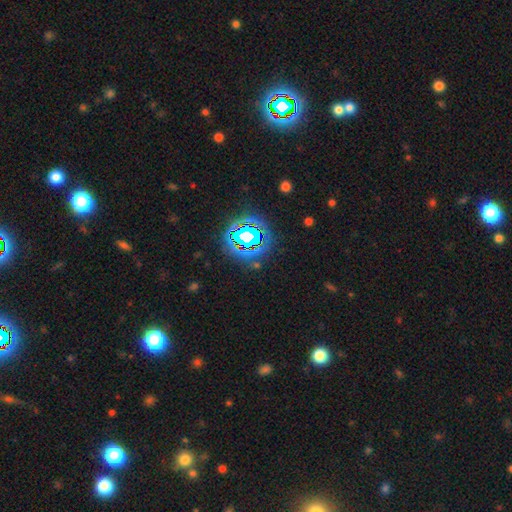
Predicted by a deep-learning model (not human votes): Overall: star or artifact (79%).